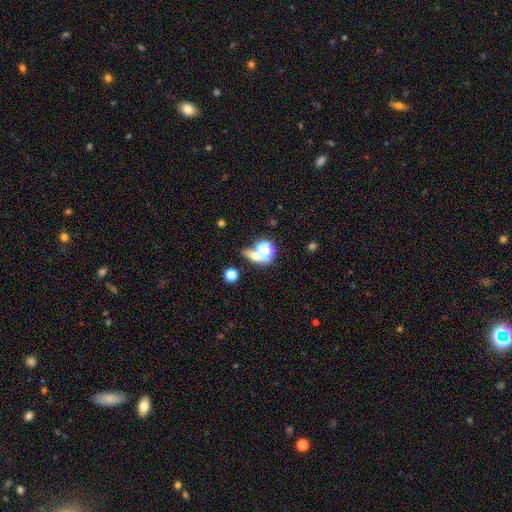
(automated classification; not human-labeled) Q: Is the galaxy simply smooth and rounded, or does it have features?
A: smooth — 51%.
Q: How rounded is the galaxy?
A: round — 62%.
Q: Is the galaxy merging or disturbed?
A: none — 54%.